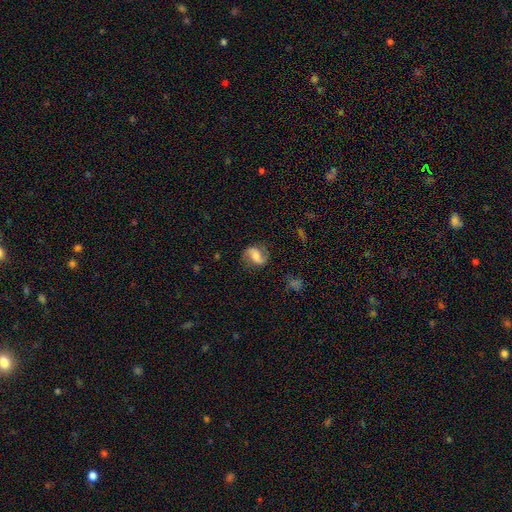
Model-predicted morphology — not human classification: A featured or disk galaxy (64%) with a weak bar (41%), 2 (90%) loose (53%) spiral arms (91%) and a moderate central bulge (50%). Merging: none (77%).